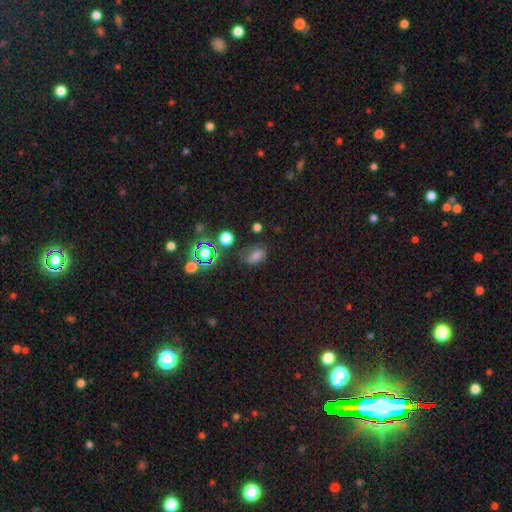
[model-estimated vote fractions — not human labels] Overall: smooth (61%; star or artifact 27%). How rounded: in between (73%). Merging: none (61%; minor disturbance 23%).